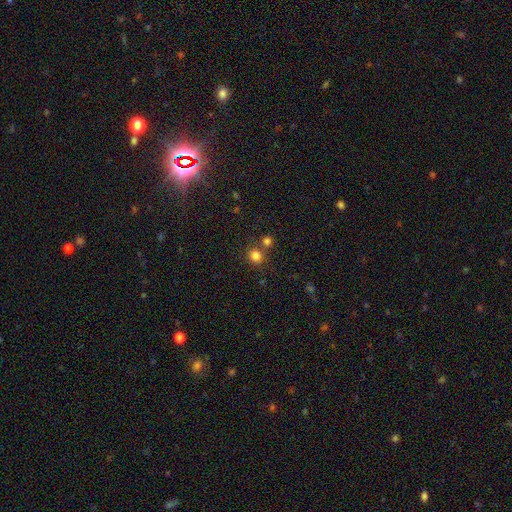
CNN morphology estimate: Overall: smooth (81%). How rounded: round (88%). Merging: none (70%).